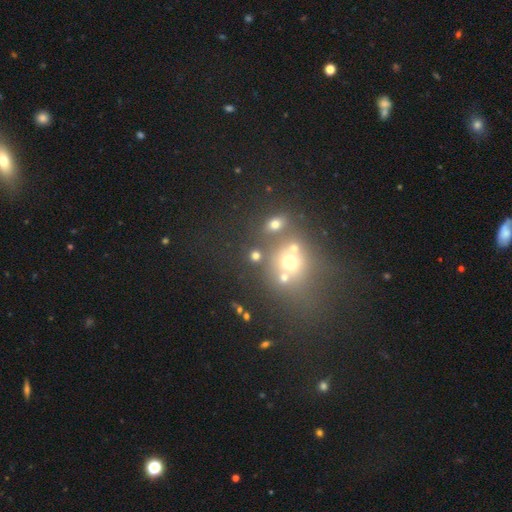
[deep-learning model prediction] smooth-or-featured: smooth: 64% | star or artifact: 24% | featured or disk: 12%
  how-rounded: round: 79% | in between: 19% | cigar-shaped: 2%
  merging: none: 68% | merger: 18% | minor disturbance: 9% | major disturbance: 6%